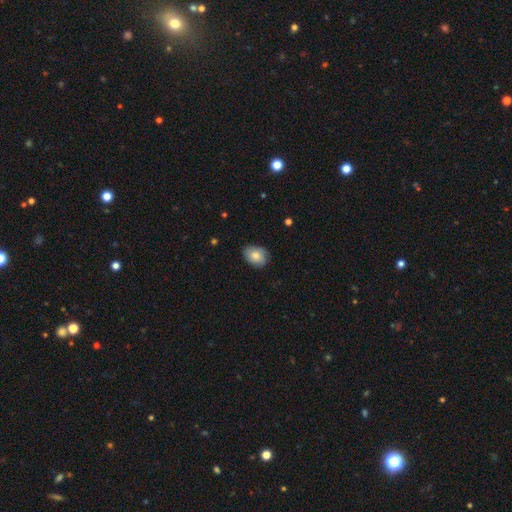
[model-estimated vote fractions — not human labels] Smooth or featured: smooth — 78% (featured or disk — 15%)
How rounded: in between — 62% (round — 37%)
Merging: none — 76% (minor disturbance — 20%)